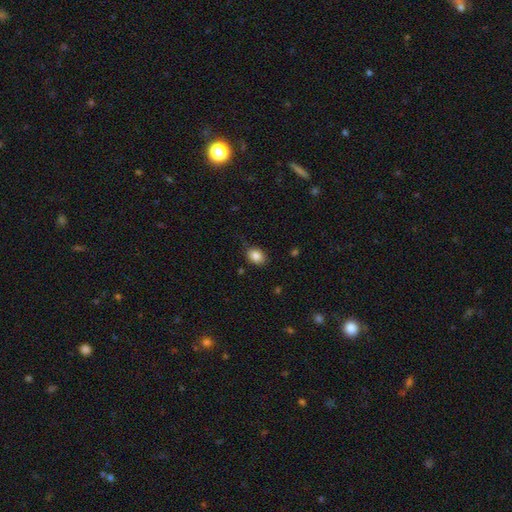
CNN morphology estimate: Q: Smooth or featured?
A: smooth (86%); runner-up: star or artifact (9%)
Q: How rounded?
A: in between (64%); runner-up: round (35%)
Q: Merging?
A: none (76%); runner-up: minor disturbance (19%)